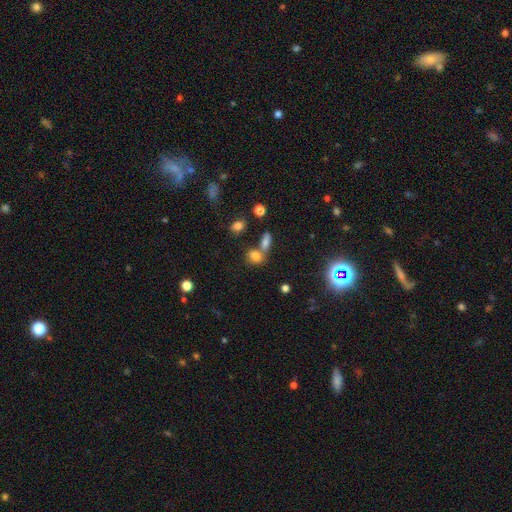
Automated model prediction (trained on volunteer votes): Q: Smooth or featured?
A: smooth (76%); runner-up: star or artifact (15%)
Q: How rounded?
A: in between (56%); runner-up: round (41%)
Q: Merging?
A: none (46%); runner-up: merger (40%)